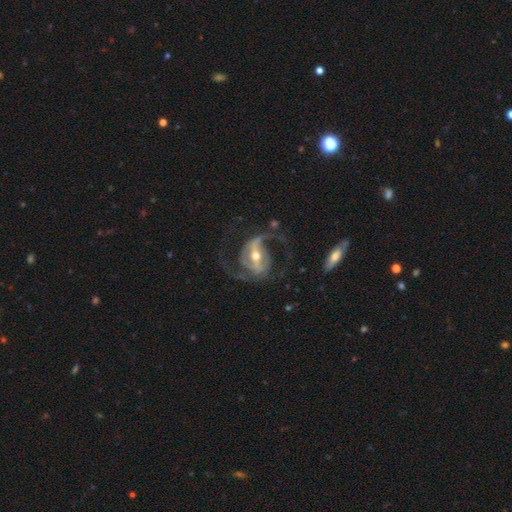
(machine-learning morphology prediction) Smooth or featured?
  - featured or disk: 91% *
  - smooth: 4%
  - star or artifact: 4%
Edge-on disk?
  - no: 97% *
  - yes: 3%
Bar?
  - strong: 59% *
  - weak: 29%
  - no: 11%
Spiral arms?
  - yes: 97% *
  - no: 3%
Spiral winding?
  - medium: 50% *
  - loose: 38%
  - tight: 12%
Spiral arm count?
  - 2: 87% *
  - 3: 5%
  - can't tell: 3%
  - 1: 2%
  - 4: 2%
  - more than 4: 2%
Bulge size?
  - moderate: 62% *
  - small: 32%
  - large: 4%
  - none: 1%
  - dominant: 1%
Merging?
  - none: 68% *
  - major disturbance: 16%
  - minor disturbance: 14%
  - merger: 2%